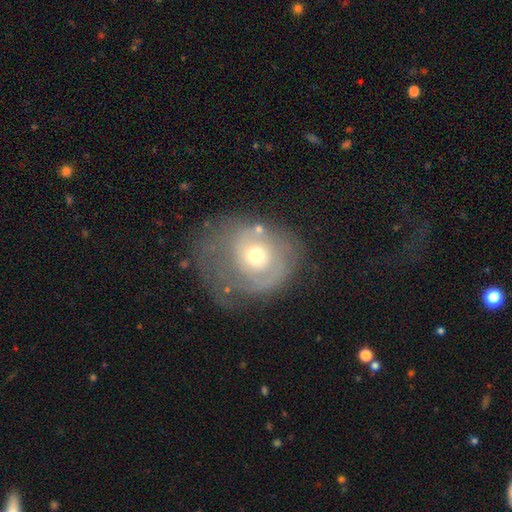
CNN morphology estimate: This appears to be a featured or disk galaxy (56%) with no bar (83%), spiral arms (56%) and a moderate central bulge (58%). Merging: none (41%).